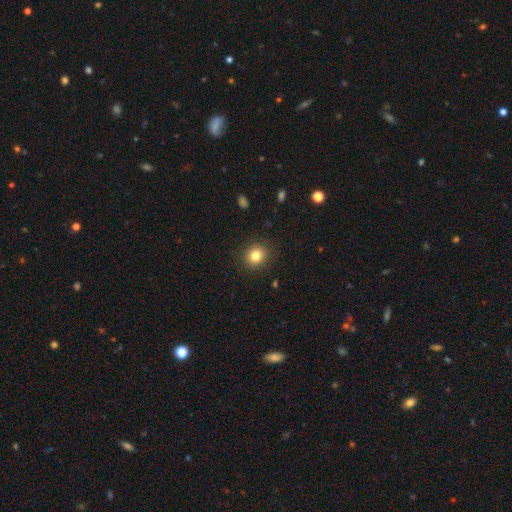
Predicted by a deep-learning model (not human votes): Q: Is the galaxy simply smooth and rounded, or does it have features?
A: smooth — 82%.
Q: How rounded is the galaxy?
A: round — 80%.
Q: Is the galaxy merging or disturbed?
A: none — 89%.